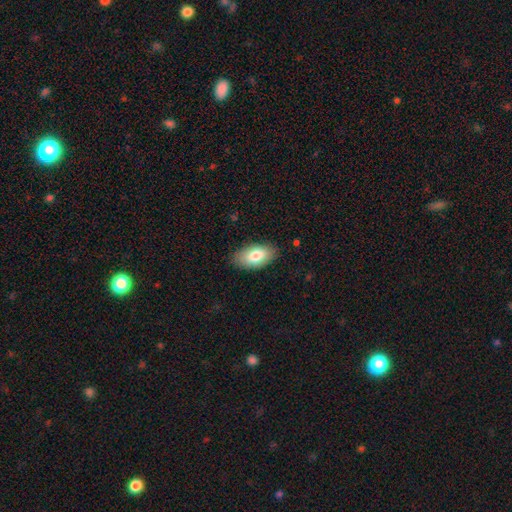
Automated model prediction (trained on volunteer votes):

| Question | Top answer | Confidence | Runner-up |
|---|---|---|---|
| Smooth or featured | smooth | 80% | featured or disk (13%) |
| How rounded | in between | 95% | round (3%) |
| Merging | none | 85% | minor disturbance (11%) |